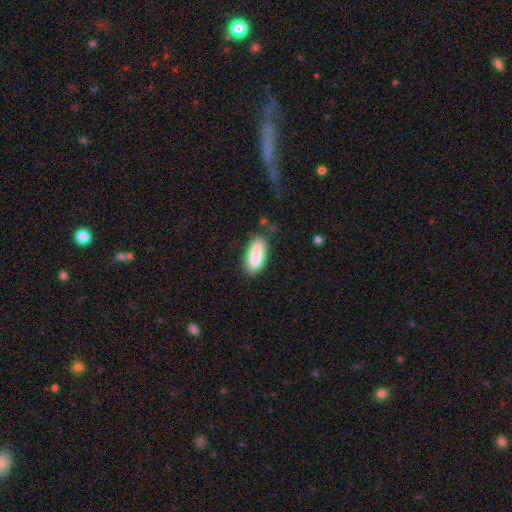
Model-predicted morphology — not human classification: Smooth or featured? smooth (88%)
How rounded? in between (79%)
Merging? none (79%)